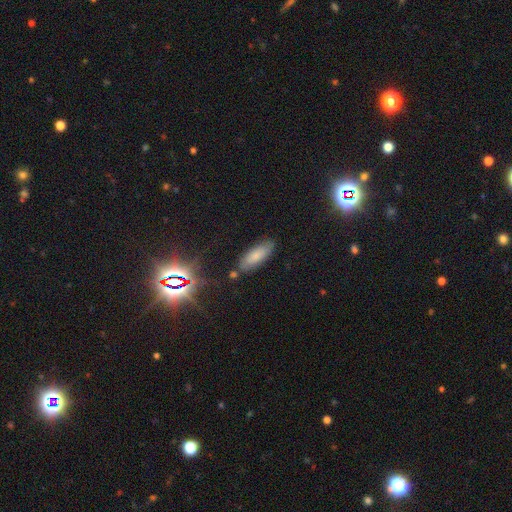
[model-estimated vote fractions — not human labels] Smooth or featured?
  - smooth: 73% *
  - featured or disk: 15%
  - star or artifact: 11%
How rounded?
  - in between: 68% *
  - cigar-shaped: 30%
  - round: 2%
Merging?
  - none: 80% *
  - minor disturbance: 14%
  - merger: 3%
  - major disturbance: 3%